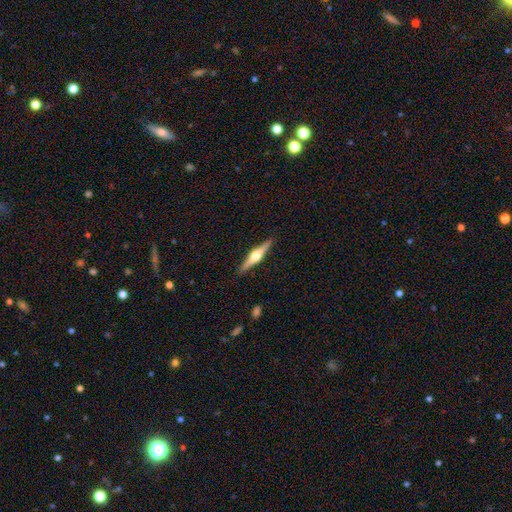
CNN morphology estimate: This appears to be a featured or disk galaxy (76%) viewed edge-on (98%) with a rounded central bulge (94%). Merging: none (91%).